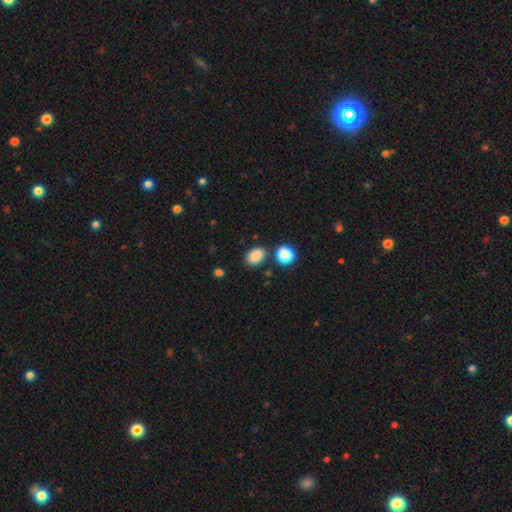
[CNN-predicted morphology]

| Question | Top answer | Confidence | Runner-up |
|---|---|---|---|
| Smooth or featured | smooth | 86% | star or artifact (10%) |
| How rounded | in between | 79% | round (19%) |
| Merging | none | 79% | minor disturbance (12%) |